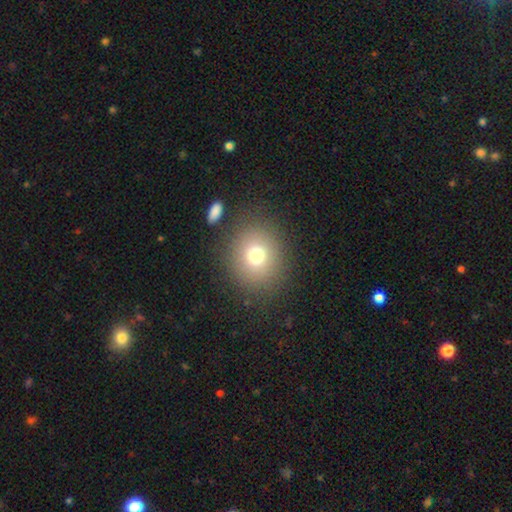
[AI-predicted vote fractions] Smooth or featured: smooth — 74% (star or artifact — 14%)
How rounded: round — 74% (in between — 25%)
Merging: none — 83% (minor disturbance — 9%)